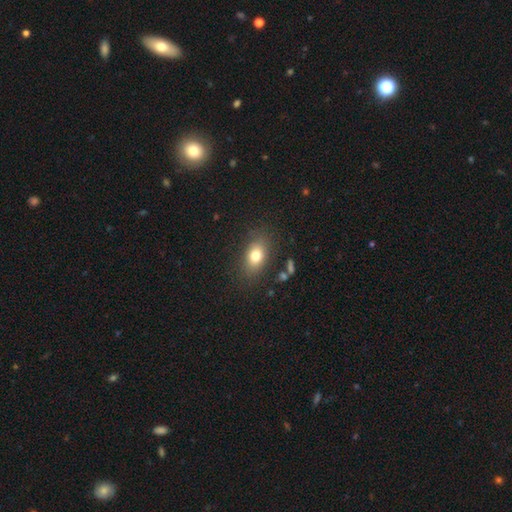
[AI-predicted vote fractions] smooth-or-featured: smooth: 77% | featured or disk: 12% | star or artifact: 10%
  how-rounded: in between: 80% | round: 17% | cigar-shaped: 3%
  merging: none: 81% | minor disturbance: 12% | major disturbance: 4% | merger: 2%